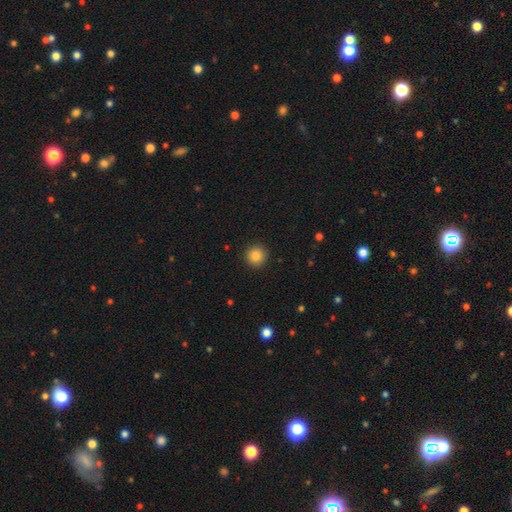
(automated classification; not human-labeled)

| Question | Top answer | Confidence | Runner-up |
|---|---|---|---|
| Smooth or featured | smooth | 85% | star or artifact (10%) |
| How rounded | round | 95% | in between (4%) |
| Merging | none | 92% | minor disturbance (5%) |